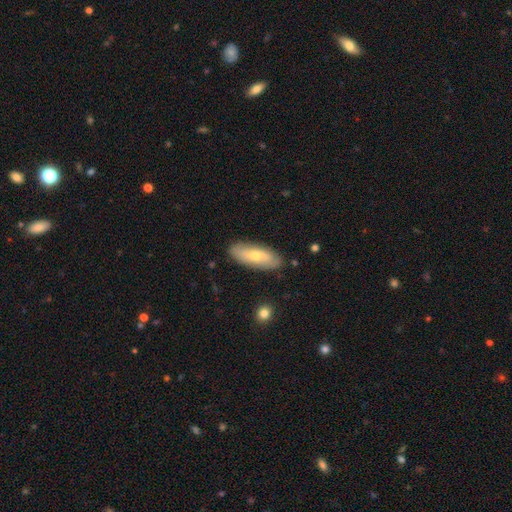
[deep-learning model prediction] This is possibly a smooth galaxy (57%). How rounded: likely in between (72%). Merging: clearly none (85%).